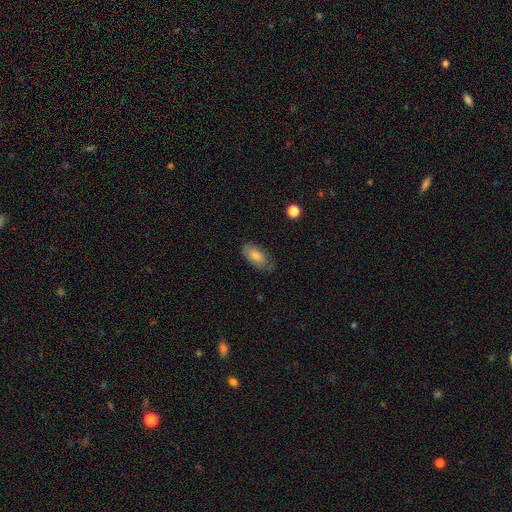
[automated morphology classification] Overall: smooth (71%). How rounded: in between (91%). Merging: none (69%).